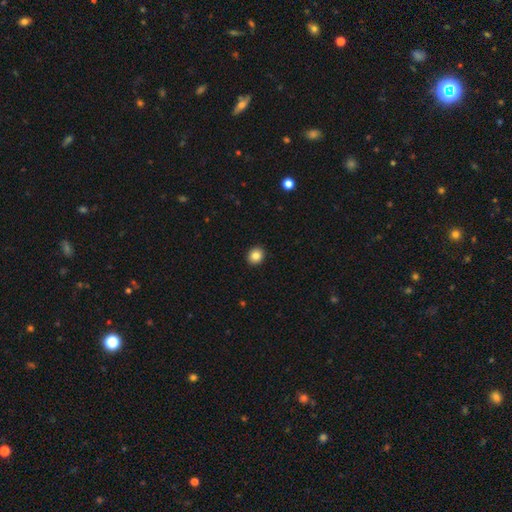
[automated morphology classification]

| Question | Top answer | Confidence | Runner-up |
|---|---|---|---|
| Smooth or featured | smooth | 85% | star or artifact (10%) |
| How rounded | round | 77% | in between (22%) |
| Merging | none | 93% | minor disturbance (5%) |